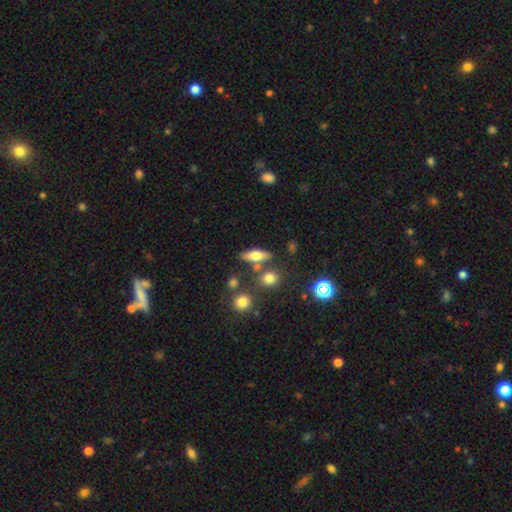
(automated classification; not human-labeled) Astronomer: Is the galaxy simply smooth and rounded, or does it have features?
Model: smooth — 62%.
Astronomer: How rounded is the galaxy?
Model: in between — 54% (runner-up: cigar-shaped, 36%).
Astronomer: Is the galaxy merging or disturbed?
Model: none — 69%.